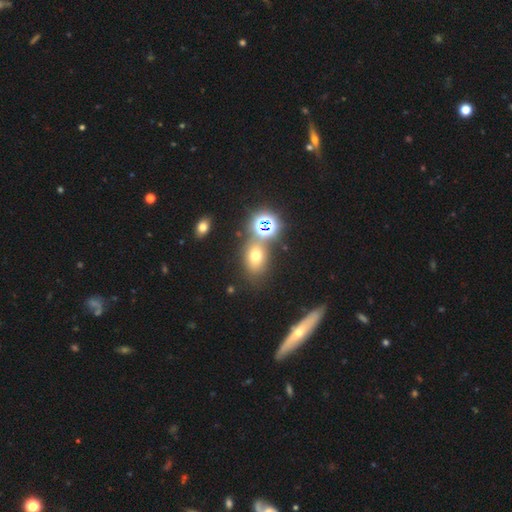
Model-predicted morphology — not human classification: Q: Smooth or featured?
A: smooth (60%); runner-up: star or artifact (28%)
Q: How rounded?
A: in between (64%); runner-up: round (34%)
Q: Merging?
A: none (65%); runner-up: merger (18%)